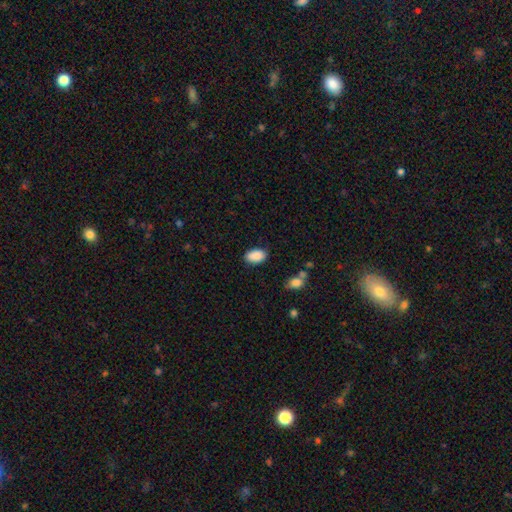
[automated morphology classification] Smooth or featured? smooth (90%)
How rounded? in between (93%)
Merging? none (85%)